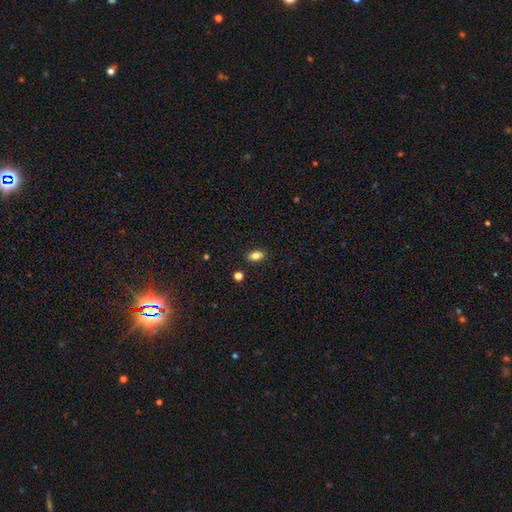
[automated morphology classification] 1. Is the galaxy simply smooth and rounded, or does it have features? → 81% smooth, 10% star or artifact, 9% featured or disk.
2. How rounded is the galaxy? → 85% in between, 13% round, 3% cigar-shaped.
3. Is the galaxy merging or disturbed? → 87% none, 9% minor disturbance, 2% merger, 2% major disturbance.